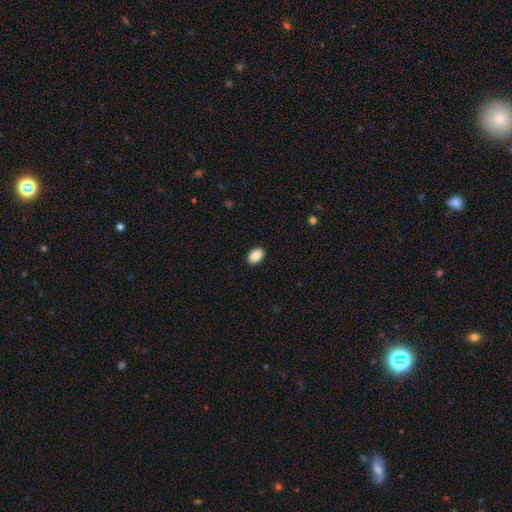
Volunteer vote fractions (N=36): Morphology: type=smooth (92%); roundness=in between (88%); merging=none (97%).